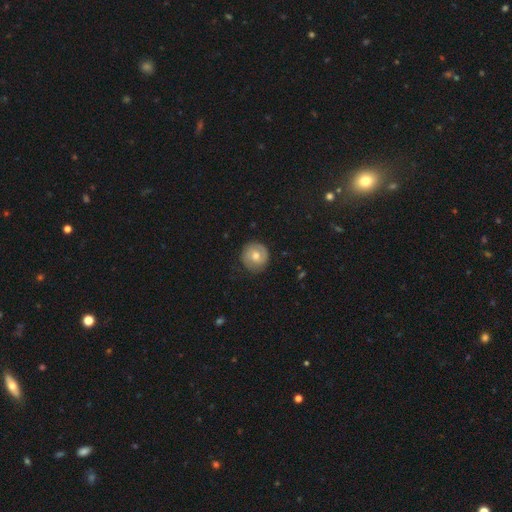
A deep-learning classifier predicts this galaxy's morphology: A smooth galaxy with no disk features (50%) that is round (91%). Merging: none (84%).